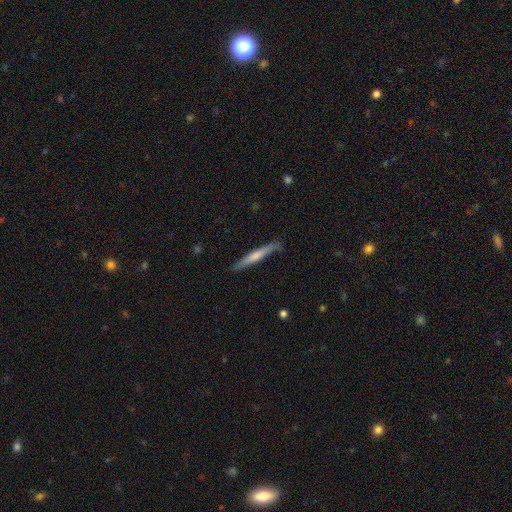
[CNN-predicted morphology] type=featured or disk (56%); edge-on=yes (96%); edge-on bulge=rounded (58%); merging=none (88%).